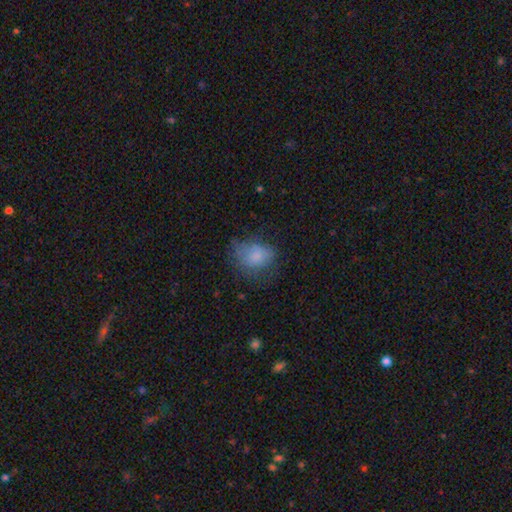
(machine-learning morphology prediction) This appears to be a smooth galaxy with no disk features (74%) that is in between round and cigar-shaped (61%). Merging: none (49%).